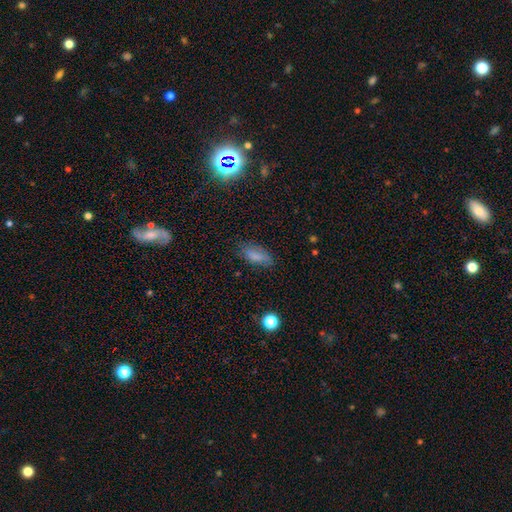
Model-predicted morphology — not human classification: A smooth galaxy with no disk features (80%) that is in between round and cigar-shaped (83%). Merging: none (77%).